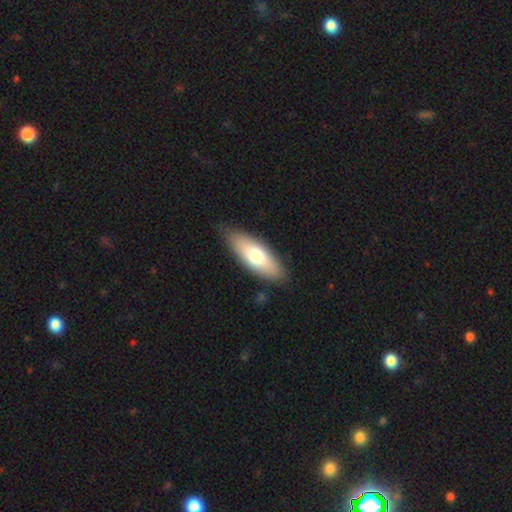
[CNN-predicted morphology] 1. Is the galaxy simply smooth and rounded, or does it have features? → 69% smooth, 25% featured or disk, 6% star or artifact.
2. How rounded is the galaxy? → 71% in between, 27% cigar-shaped, 2% round.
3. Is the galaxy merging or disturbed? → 83% none, 13% minor disturbance, 3% major disturbance, 1% merger.